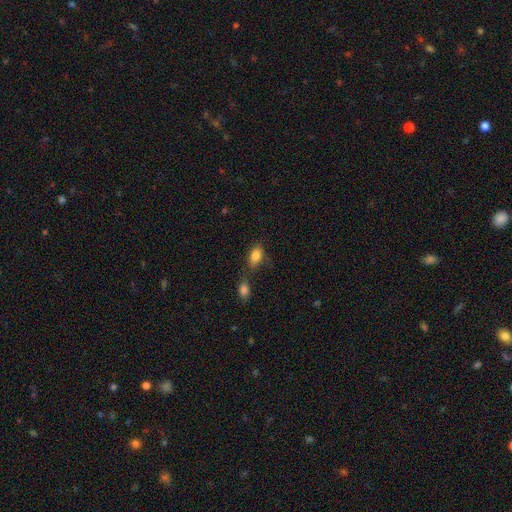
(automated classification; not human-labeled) A smooth galaxy with no disk features (83%) that is in between round and cigar-shaped (88%). Merging: none (55%).